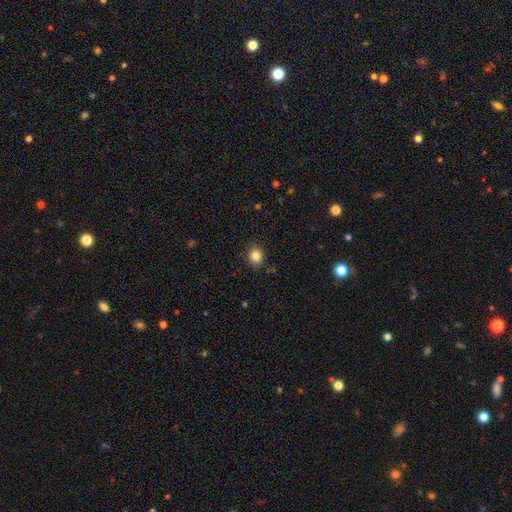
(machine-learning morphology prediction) smooth-or-featured: smooth: 84% | star or artifact: 10% | featured or disk: 6%
  how-rounded: round: 64% | in between: 35% | cigar-shaped: 1%
  merging: none: 85% | minor disturbance: 11% | major disturbance: 3% | merger: 1%